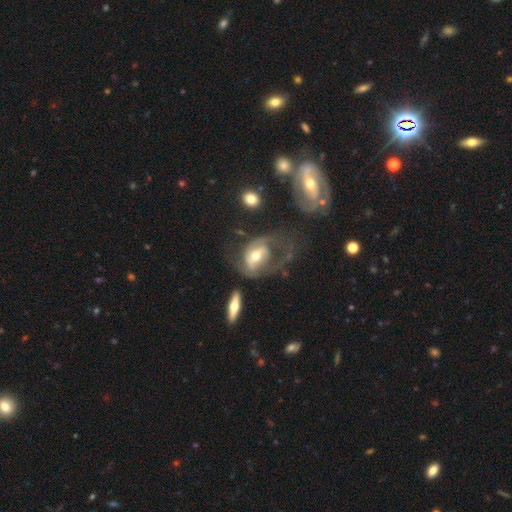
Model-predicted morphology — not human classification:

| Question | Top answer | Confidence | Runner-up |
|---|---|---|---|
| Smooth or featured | featured or disk | 71% | smooth (22%) |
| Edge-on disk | no | 95% | yes (5%) |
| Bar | no | 37% | tied: weak (37%) |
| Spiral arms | yes | 73% | no (27%) |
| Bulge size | moderate | 65% | small (25%) |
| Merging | major disturbance | 45% | none (31%) |